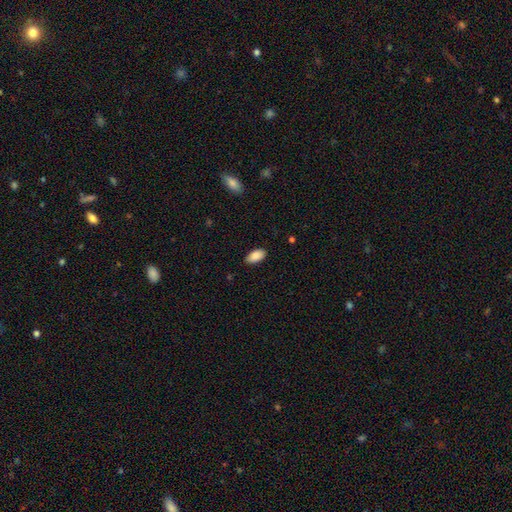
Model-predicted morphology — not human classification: A smooth galaxy with no disk features (88%) that is in between round and cigar-shaped (94%).

Vote fractions:
- Smooth or featured? smooth: 88% / star or artifact: 7% / featured or disk: 5%
- How rounded? in between: 94% / cigar-shaped: 3% / round: 3%
- Merging? none: 86% / minor disturbance: 11% / major disturbance: 2% / merger: 1%